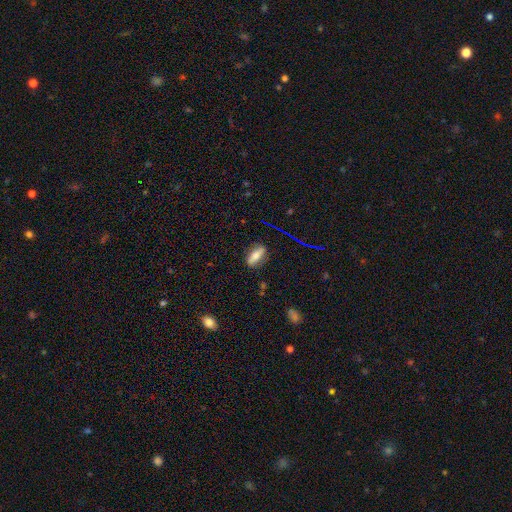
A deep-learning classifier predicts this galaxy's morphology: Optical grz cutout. It shows a smooth galaxy with no disk features (57%) that is in between round and cigar-shaped (64%). Merging: none (81%).